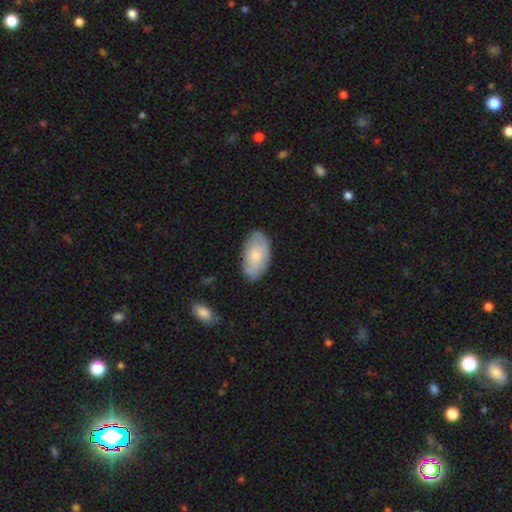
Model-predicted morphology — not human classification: smooth-or-featured: smooth: 69% | featured or disk: 26% | star or artifact: 6%
  how-rounded: in between: 94% | round: 4% | cigar-shaped: 2%
  merging: none: 79% | minor disturbance: 17% | major disturbance: 3% | merger: 1%